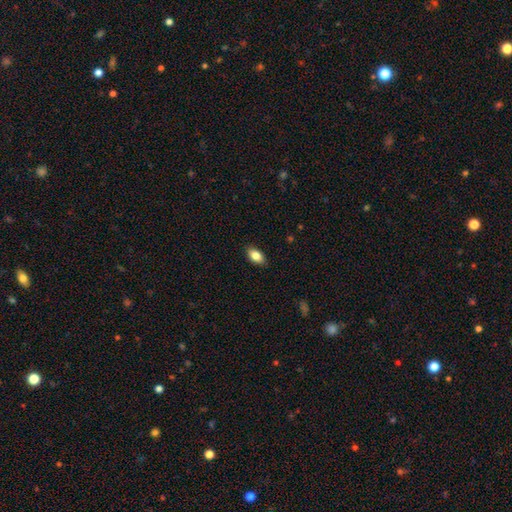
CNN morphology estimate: Smooth or featured? Predicted: smooth (p=0.84). How rounded? Predicted: in between (p=0.90). Merging? Predicted: none (p=0.88).